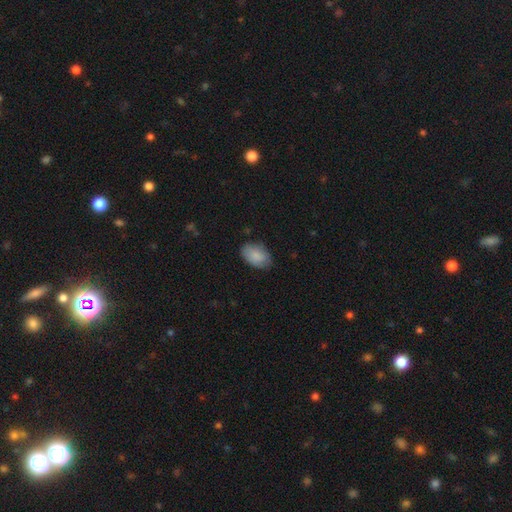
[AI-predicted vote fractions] Overall: smooth (86%). How rounded: in between (90%). Merging: none (77%).